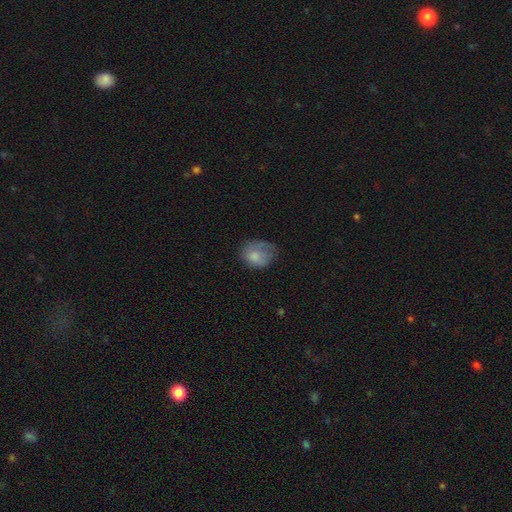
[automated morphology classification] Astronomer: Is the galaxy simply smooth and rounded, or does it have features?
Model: smooth — 75%.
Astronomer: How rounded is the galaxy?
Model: round — 52% (runner-up: in between, 47%).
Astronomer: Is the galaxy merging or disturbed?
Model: none — 40% (runner-up: minor disturbance, 34%).